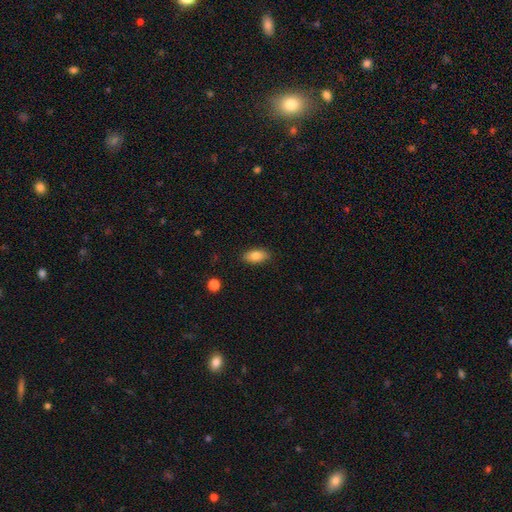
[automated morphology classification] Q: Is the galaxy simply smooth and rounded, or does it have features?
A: smooth — 83%.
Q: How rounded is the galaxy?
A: in between — 88%.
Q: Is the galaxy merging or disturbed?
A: none — 87%.